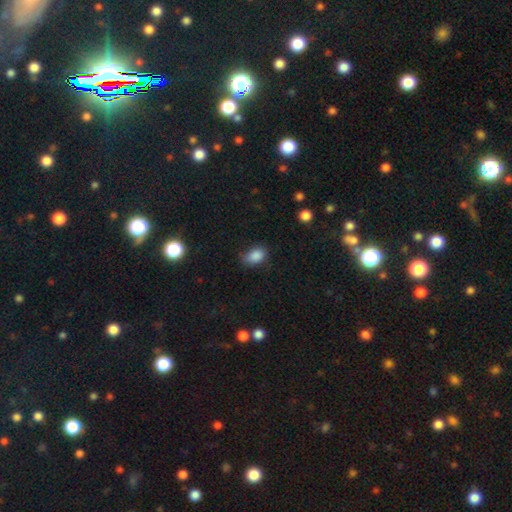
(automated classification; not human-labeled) A smooth galaxy with no disk features (85%) that is in between round and cigar-shaped (80%). Merging: none (63%).